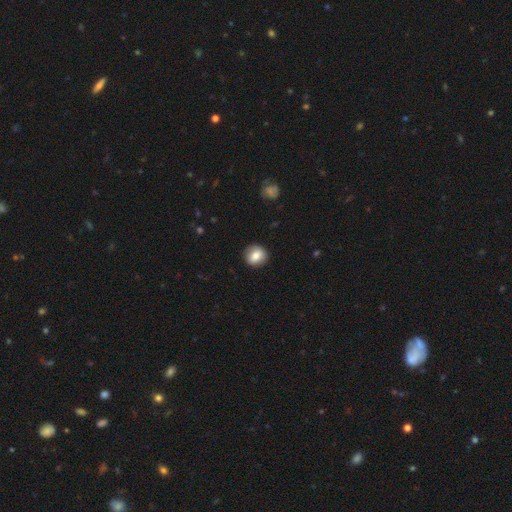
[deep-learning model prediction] Morphology: type=smooth (78%); roundness=round (85%); merging=none (89%).